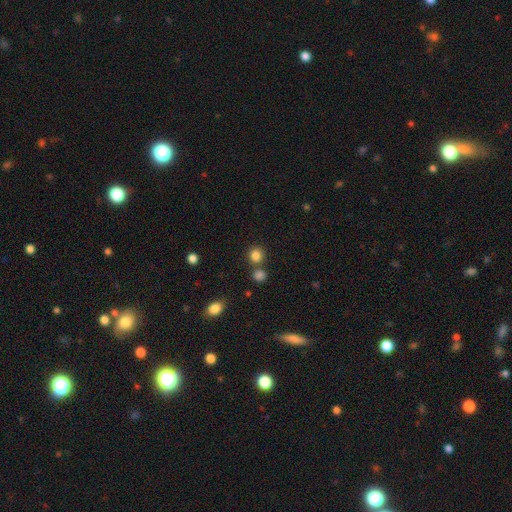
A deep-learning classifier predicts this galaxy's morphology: smooth-or-featured: smooth: 83% | star or artifact: 12% | featured or disk: 5%
  how-rounded: round: 88% | in between: 11% | cigar-shaped: 1%
  merging: none: 70% | merger: 19% | minor disturbance: 8% | major disturbance: 3%